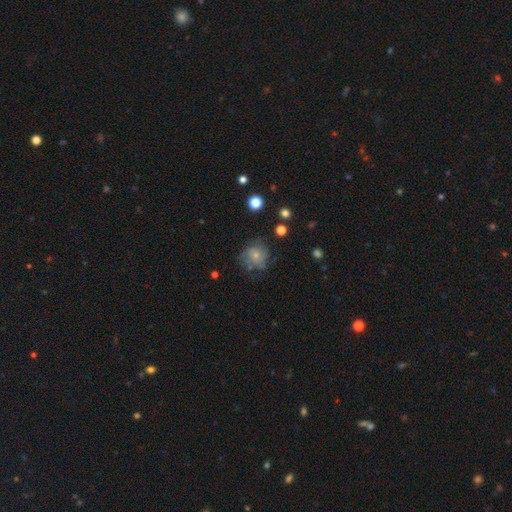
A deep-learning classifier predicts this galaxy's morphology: The model was most divided on "smooth or featured": smooth: 59%, featured or disk: 30%, star or artifact: 11%. More confident: how rounded — round (84%); merging — none (62%).